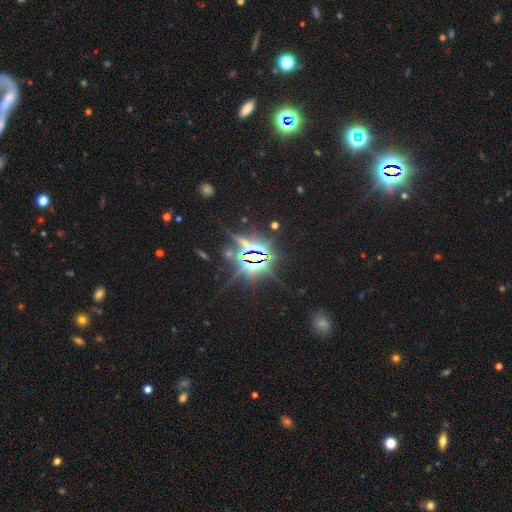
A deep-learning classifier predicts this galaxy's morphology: type=star or artifact (85%).